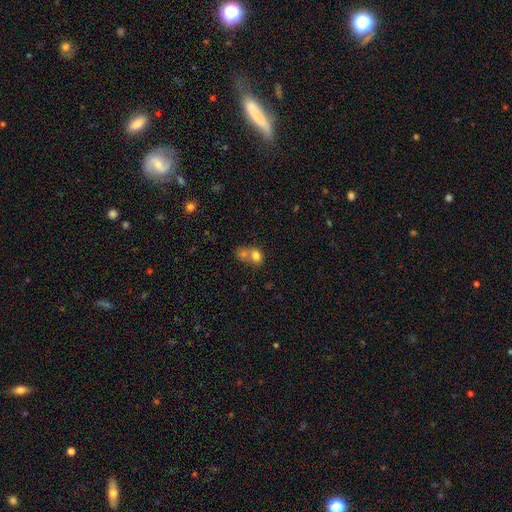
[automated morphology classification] Overall: smooth (77%). How rounded: round (57%; in between 42%). Merging: merger (62%; none 27%).